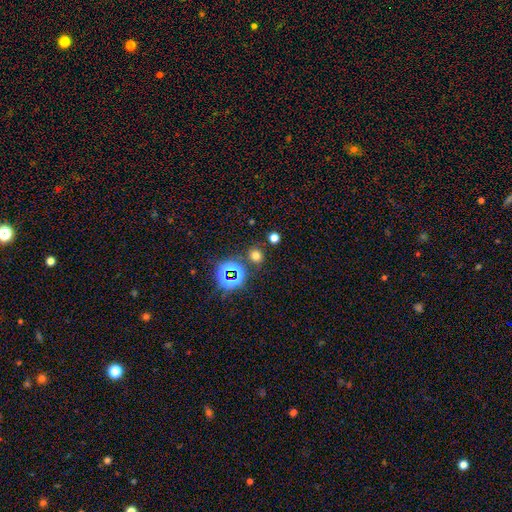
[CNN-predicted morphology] A smooth galaxy with no disk features (66%) that is round (85%).

Vote fractions:
- Smooth or featured? smooth: 66% / star or artifact: 28% / featured or disk: 6%
- How rounded? round: 85% / in between: 14% / cigar-shaped: 1%
- Merging? none: 84% / minor disturbance: 7% / merger: 6% / major disturbance: 3%